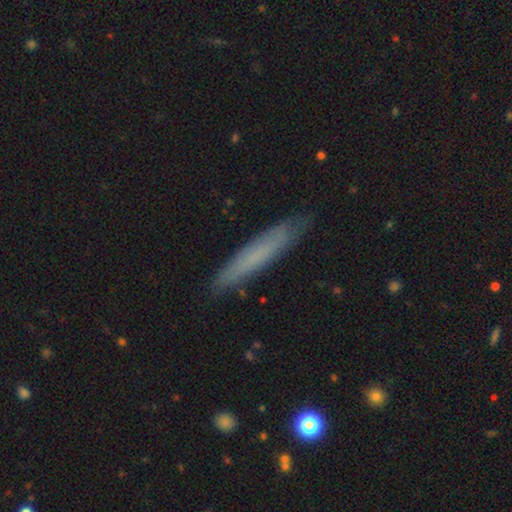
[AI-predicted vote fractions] smooth_or_featured: smooth (p=0.59) [alt: featured or disk p=0.33]
how_rounded: cigar-shaped (p=0.94) [alt: in between p=0.05]
merging: none (p=0.88) [alt: minor disturbance p=0.09]